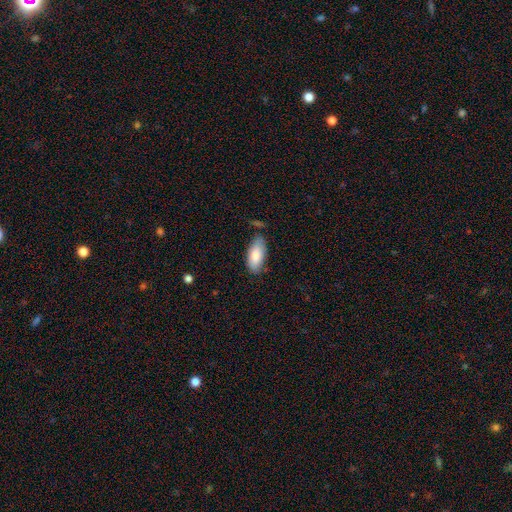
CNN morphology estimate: A smooth galaxy with no disk features (84%) that is in between round and cigar-shaped (89%). Merging: none (71%).